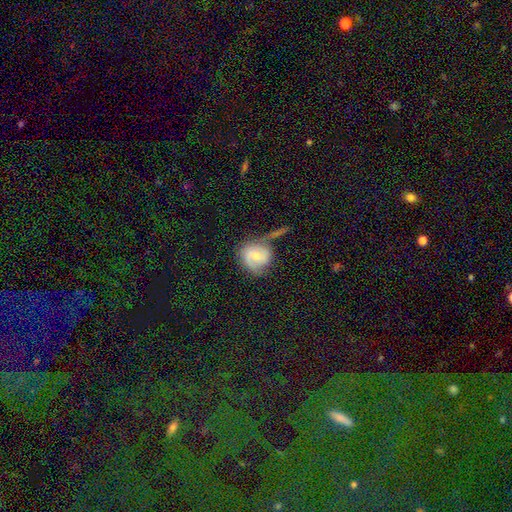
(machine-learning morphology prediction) This appears to be a featured or disk galaxy (53%) with no bar (55%), spiral arms (82%) and a small central bulge (45%). Merging: none (43%).